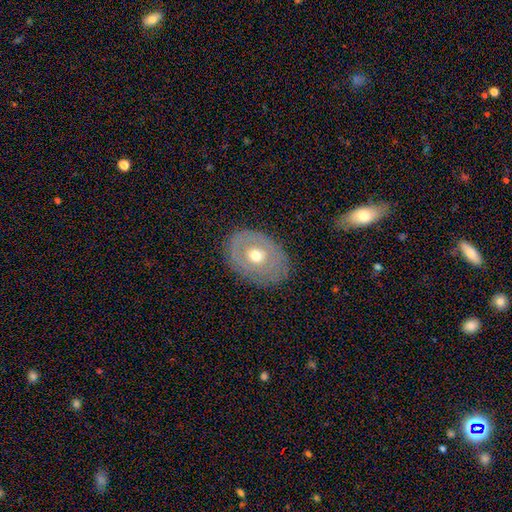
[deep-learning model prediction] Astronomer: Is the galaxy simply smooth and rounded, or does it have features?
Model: featured or disk — 57% (runner-up: smooth, 37%).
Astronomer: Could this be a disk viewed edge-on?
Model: no — 92%.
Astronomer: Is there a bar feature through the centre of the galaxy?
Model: no — 86%.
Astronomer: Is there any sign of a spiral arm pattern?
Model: no — 73%.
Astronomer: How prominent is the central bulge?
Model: moderate — 74%.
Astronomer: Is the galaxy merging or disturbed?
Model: none — 81%.